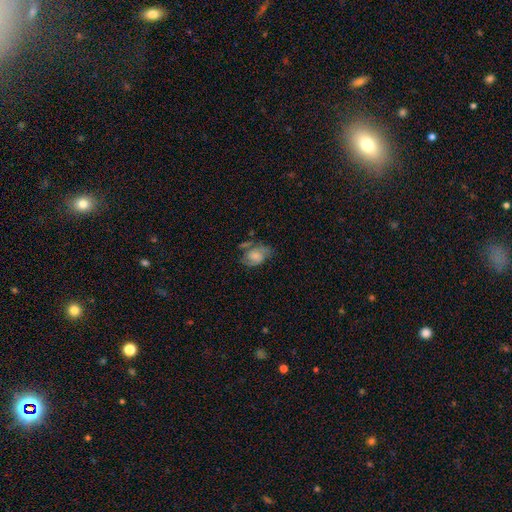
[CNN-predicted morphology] Smooth or featured: featured or disk — 46% (smooth — 44%)
Merging: none — 43% (minor disturbance — 27%)